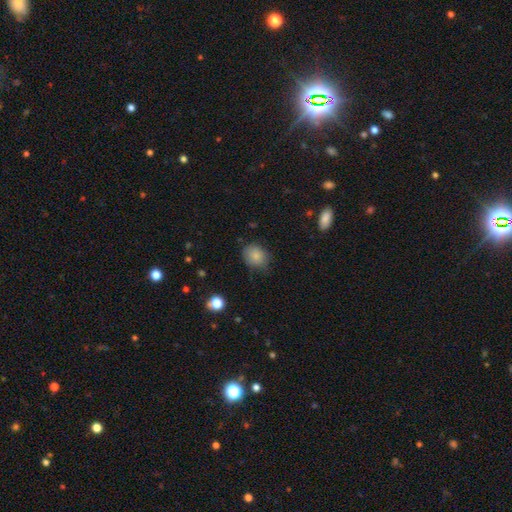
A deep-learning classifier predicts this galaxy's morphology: A smooth galaxy with no disk features (84%) that is round (59%). Merging: none (71%).